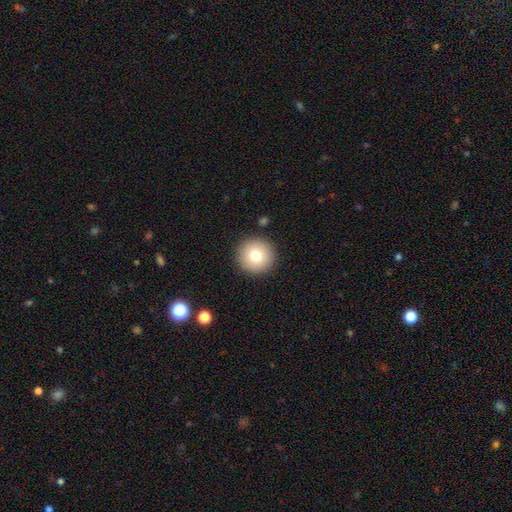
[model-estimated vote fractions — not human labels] Q: Smooth or featured?
A: smooth (76%); runner-up: featured or disk (13%)
Q: How rounded?
A: round (96%); runner-up: in between (3%)
Q: Merging?
A: none (91%); runner-up: minor disturbance (5%)